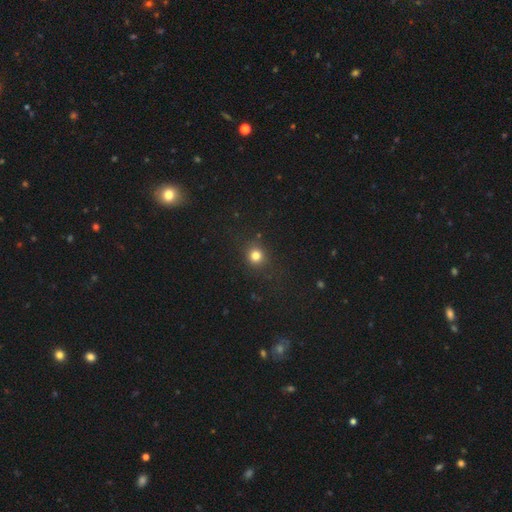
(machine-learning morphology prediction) The model was most divided on "smooth or featured": smooth: 80%, star or artifact: 14%, featured or disk: 5%. More confident: how rounded — round (86%); merging — none (85%).